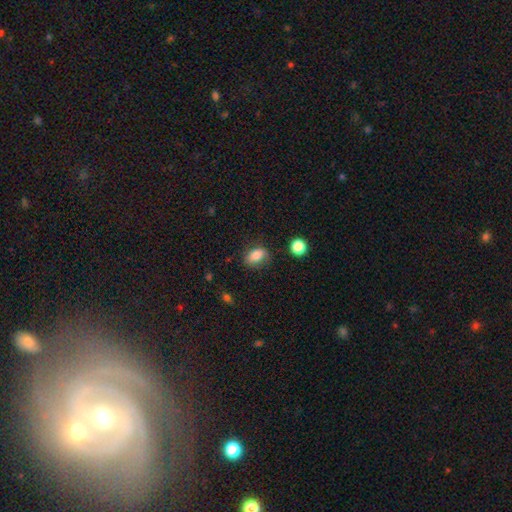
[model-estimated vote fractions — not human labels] Smooth or featured? Predicted: smooth (p=0.80). How rounded? Predicted: in between (p=0.83). Merging? Predicted: none (p=0.68).